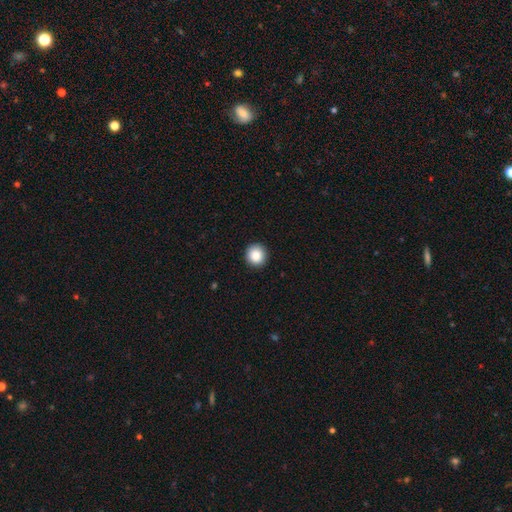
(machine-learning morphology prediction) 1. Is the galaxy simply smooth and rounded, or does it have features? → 86% smooth, 9% star or artifact, 5% featured or disk.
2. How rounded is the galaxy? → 94% round, 5% in between, 1% cigar-shaped.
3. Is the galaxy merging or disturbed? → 92% none, 5% minor disturbance, 1% major disturbance, 1% merger.